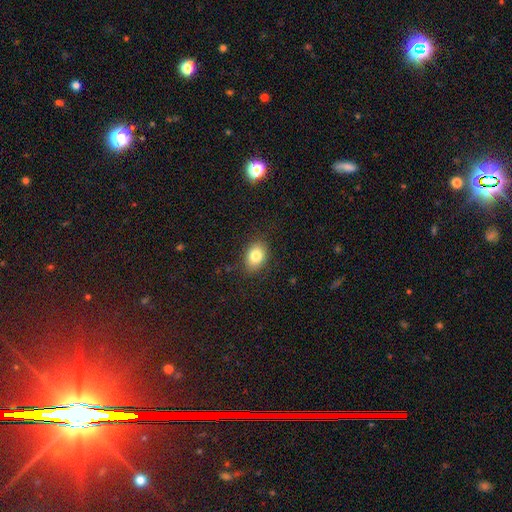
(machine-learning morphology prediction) Overall: smooth (82%). How rounded: in between (71%). Merging: none (85%).